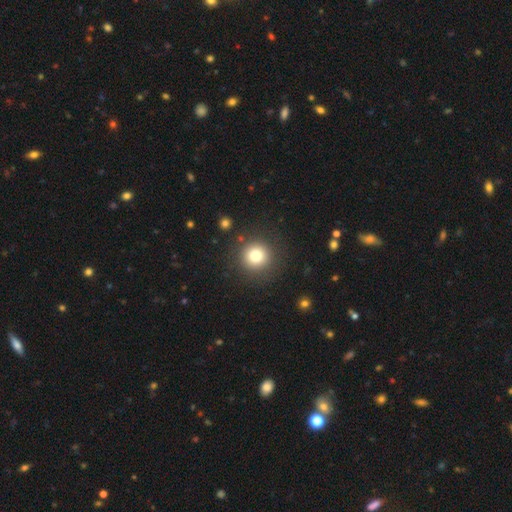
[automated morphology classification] smooth_or_featured: smooth (p=0.79) [alt: star or artifact p=0.12]
how_rounded: round (p=0.95) [alt: in between p=0.05]
merging: none (p=0.87) [alt: minor disturbance p=0.07]